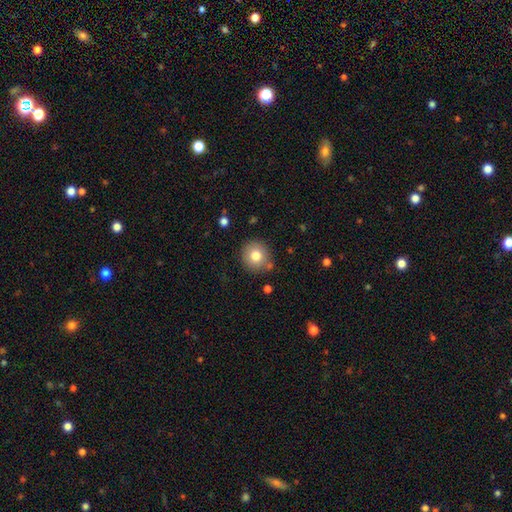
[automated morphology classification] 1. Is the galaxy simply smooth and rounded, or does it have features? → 78% smooth, 11% featured or disk, 10% star or artifact.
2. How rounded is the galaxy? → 91% round, 8% in between, 1% cigar-shaped.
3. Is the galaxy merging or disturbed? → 83% none, 10% minor disturbance, 4% merger, 3% major disturbance.